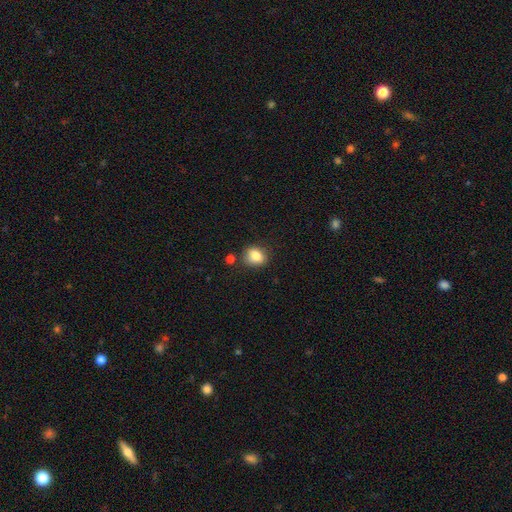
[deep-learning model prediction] The model was most divided on "how rounded": in between: 55%, round: 44%, cigar-shaped: 1%. More confident: smooth or featured — smooth (82%); merging — none (72%).